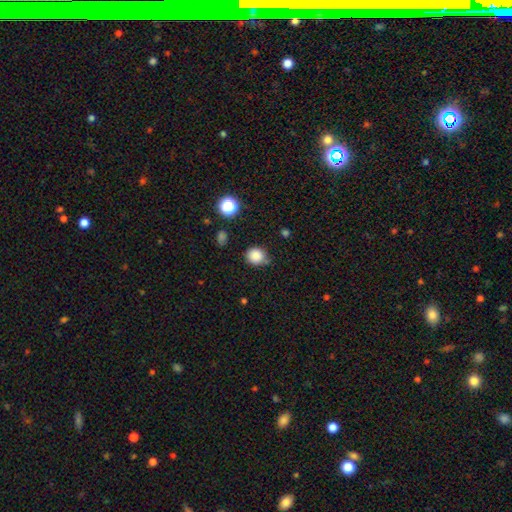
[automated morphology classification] The model was most divided on "merging": none: 74%, minor disturbance: 18%, merger: 4%, major disturbance: 4%. More confident: how rounded — round (86%); smooth or featured — smooth (85%).